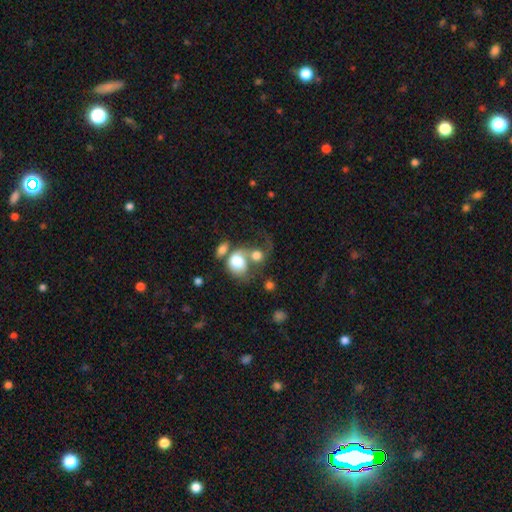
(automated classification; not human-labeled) Q: Smooth or featured?
A: smooth (58%); runner-up: featured or disk (29%)
Q: How rounded?
A: round (61%); runner-up: in between (38%)
Q: Merging?
A: merger (53%); runner-up: none (19%)